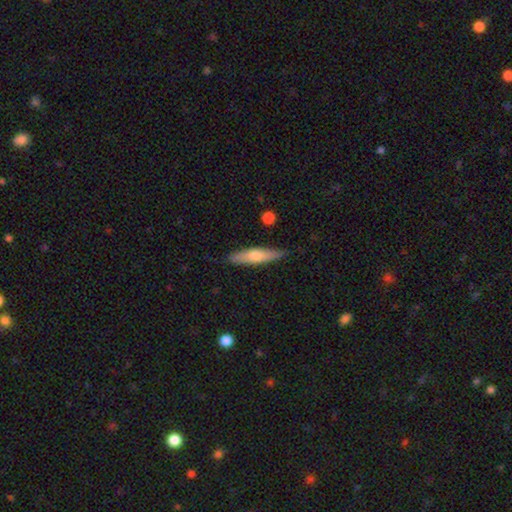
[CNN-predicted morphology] Smooth or featured? smooth (58%)
How rounded? cigar-shaped (77%)
Merging? none (86%)